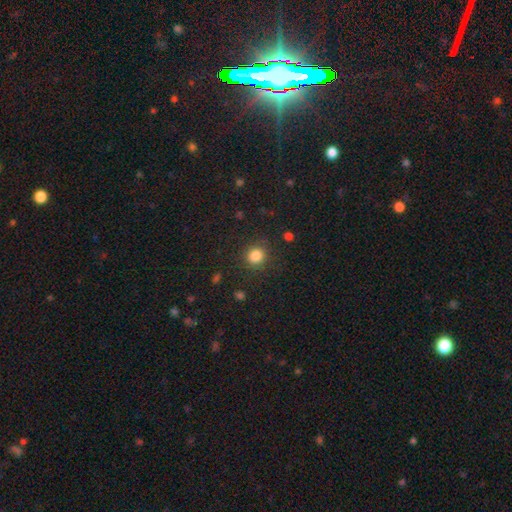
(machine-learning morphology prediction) A smooth galaxy with no disk features (83%) that is round (89%).

Vote fractions:
- Smooth or featured? smooth: 83% / star or artifact: 12% / featured or disk: 5%
- How rounded? round: 89% / in between: 10% / cigar-shaped: 1%
- Merging? none: 88% / minor disturbance: 8% / major disturbance: 3% / merger: 1%